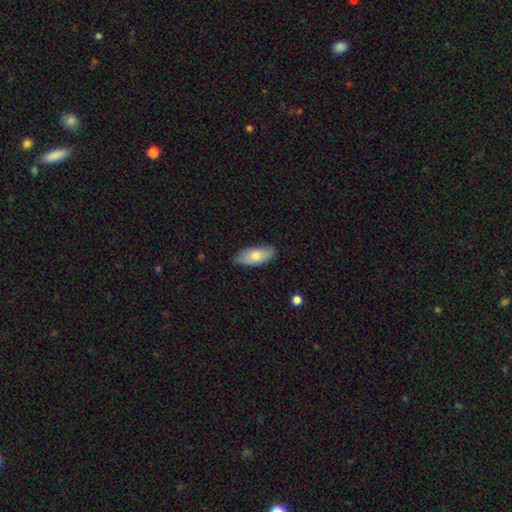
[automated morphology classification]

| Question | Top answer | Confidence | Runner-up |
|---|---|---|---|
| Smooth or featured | smooth | 77% | featured or disk (17%) |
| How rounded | in between | 87% | cigar-shaped (11%) |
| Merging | none | 85% | minor disturbance (11%) |